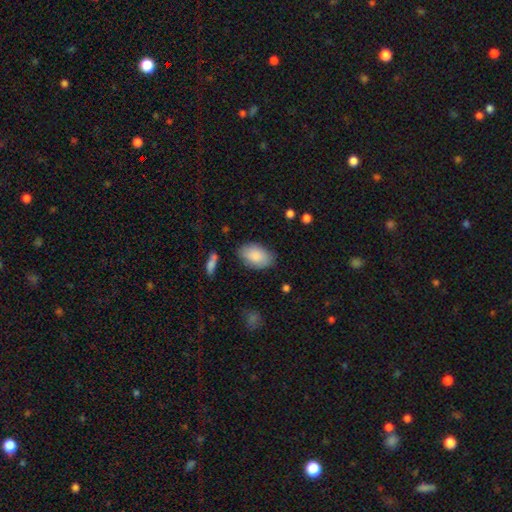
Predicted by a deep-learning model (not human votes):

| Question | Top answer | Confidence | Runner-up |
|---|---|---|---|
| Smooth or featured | smooth | 86% | featured or disk (8%) |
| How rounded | in between | 92% | round (7%) |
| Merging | none | 80% | minor disturbance (15%) |